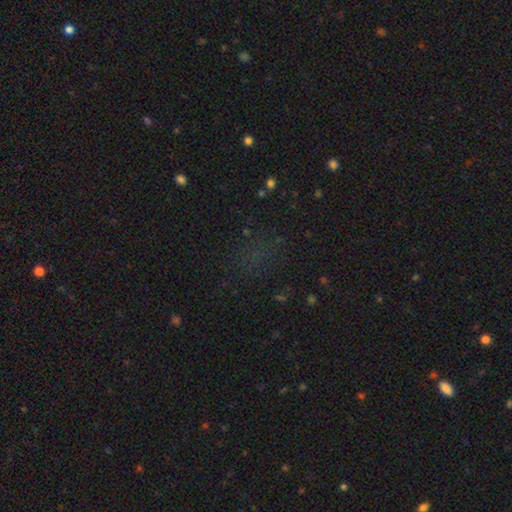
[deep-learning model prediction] Smooth or featured? star or artifact (55%)